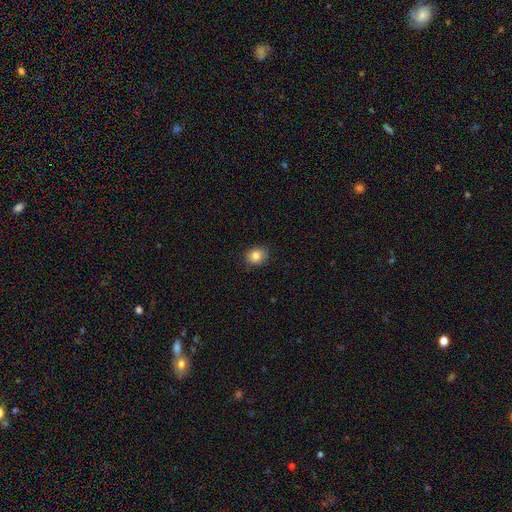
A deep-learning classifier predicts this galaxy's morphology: This appears to be a smooth galaxy with no disk features (85%) that is round (59%). Merging: none (83%).